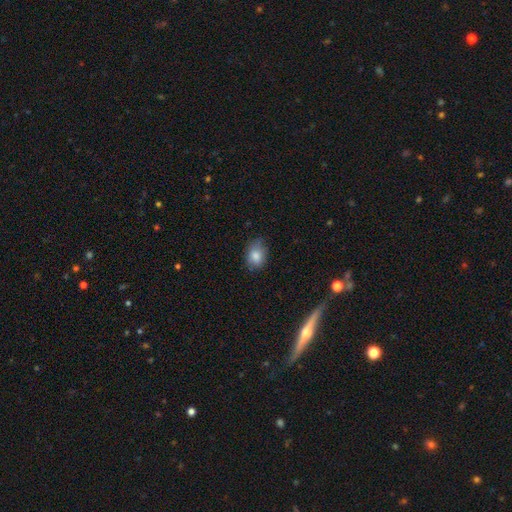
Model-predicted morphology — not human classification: Smooth or featured? Predicted: smooth (p=0.83). How rounded? Predicted: in between (p=0.69). Merging? Predicted: none (p=0.71).